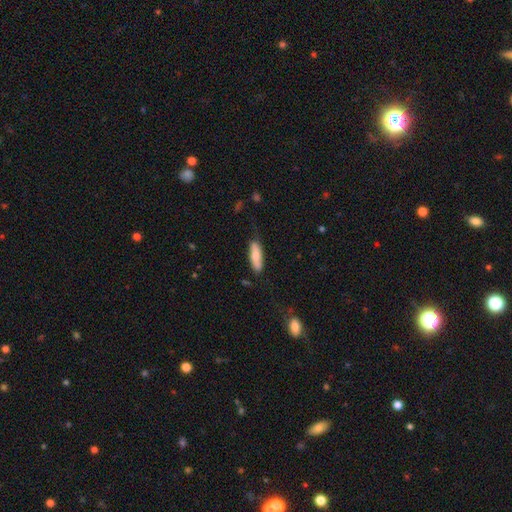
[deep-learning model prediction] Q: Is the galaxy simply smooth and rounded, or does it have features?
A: smooth — 76%.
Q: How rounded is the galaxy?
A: cigar-shaped — 51%.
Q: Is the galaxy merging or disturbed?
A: none — 75%.